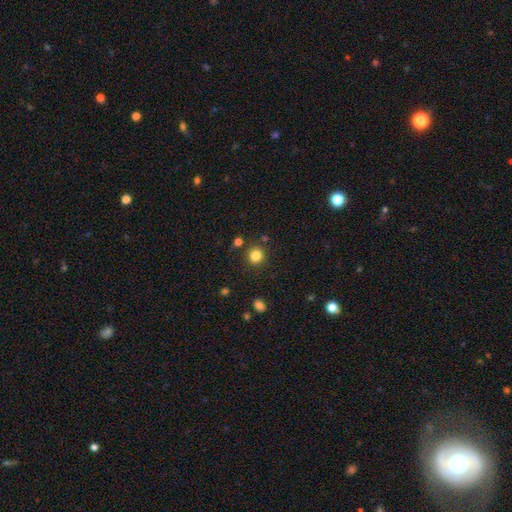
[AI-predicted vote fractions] smooth_or_featured: smooth (p=0.83) [alt: star or artifact p=0.12]
how_rounded: round (p=0.90) [alt: in between p=0.09]
merging: none (p=0.86) [alt: minor disturbance p=0.07]